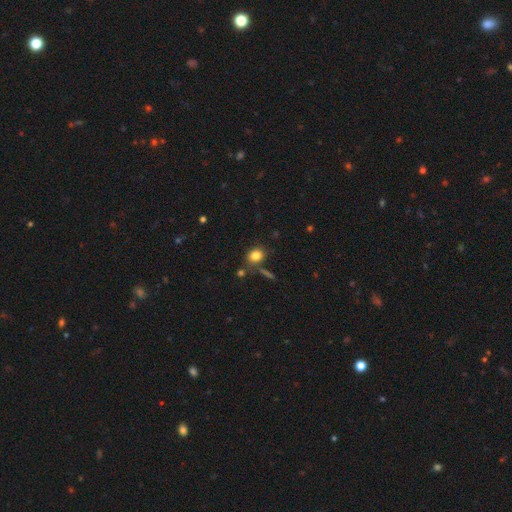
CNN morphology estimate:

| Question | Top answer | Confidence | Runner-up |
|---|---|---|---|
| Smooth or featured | smooth | 81% | star or artifact (12%) |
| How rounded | round | 56% | in between (43%) |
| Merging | none | 73% | minor disturbance (13%) |